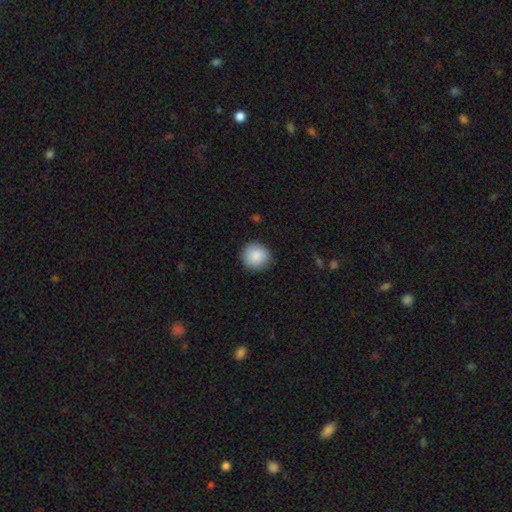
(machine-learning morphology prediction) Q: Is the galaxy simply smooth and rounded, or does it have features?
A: smooth — 89%.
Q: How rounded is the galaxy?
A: round — 93%.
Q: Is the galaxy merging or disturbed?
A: none — 90%.